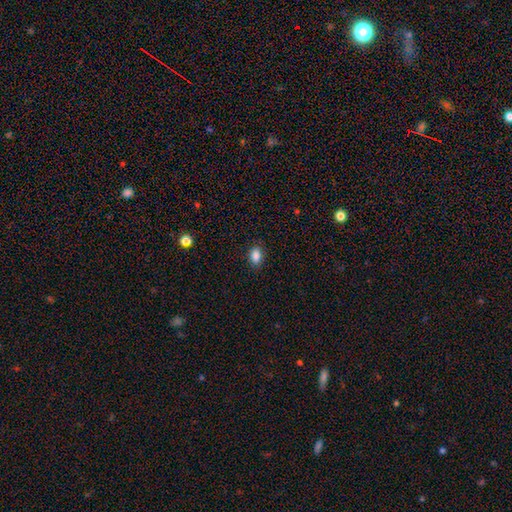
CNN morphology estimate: Smooth or featured? Predicted: smooth (p=0.86). How rounded? Predicted: in between (p=0.84). Merging? Predicted: none (p=0.87).